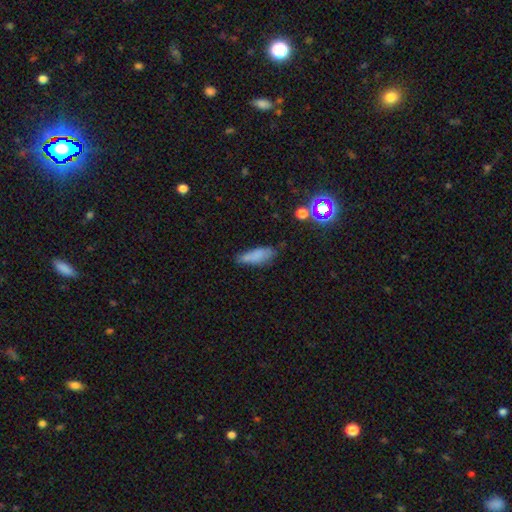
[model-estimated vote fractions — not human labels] smooth 76%, featured or disk 12%, star or artifact 11%. Down the decision tree: how rounded — in between (55%); merging — none (62%).